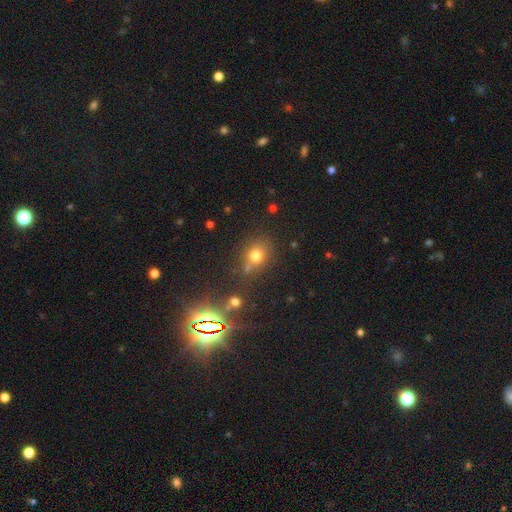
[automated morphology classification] Q: Smooth or featured?
A: smooth (72%); runner-up: star or artifact (20%)
Q: How rounded?
A: round (72%); runner-up: in between (26%)
Q: Merging?
A: none (67%); runner-up: minor disturbance (14%)